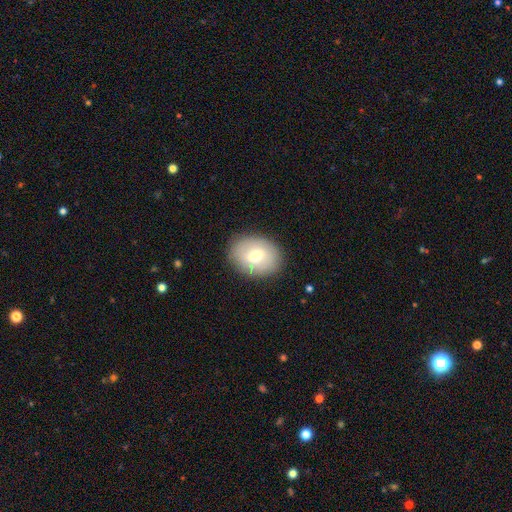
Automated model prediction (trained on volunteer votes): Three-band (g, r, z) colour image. It shows a smooth galaxy with no disk features (63%) that is in between round and cigar-shaped (68%). Merging: none (83%).